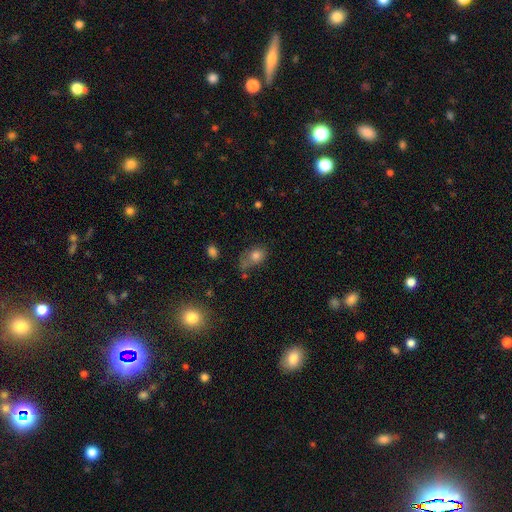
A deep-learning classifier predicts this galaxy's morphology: Overall: smooth (77%). How rounded: in between (63%; round 35%). Merging: none (40%; minor disturbance 29%).